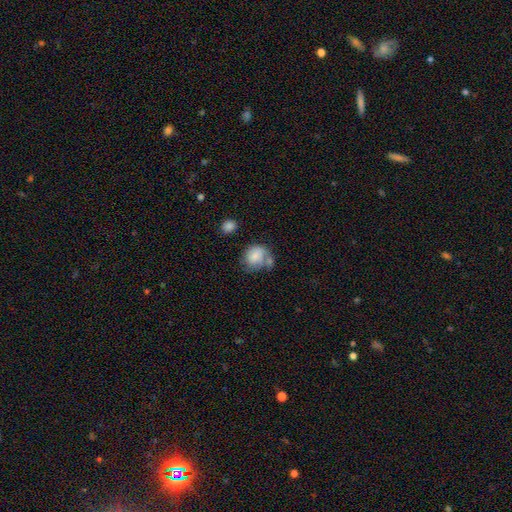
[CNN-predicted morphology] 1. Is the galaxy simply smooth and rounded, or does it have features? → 71% smooth, 22% featured or disk, 8% star or artifact.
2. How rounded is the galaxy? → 60% round, 39% in between, 1% cigar-shaped.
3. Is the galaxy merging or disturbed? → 36% none, 24% merger, 23% minor disturbance, 17% major disturbance.